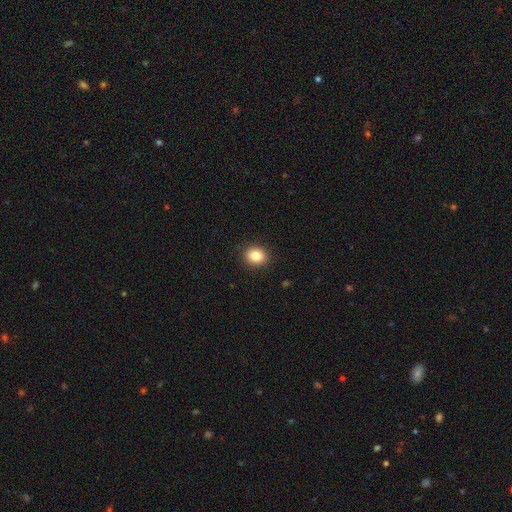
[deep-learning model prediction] Smooth or featured? smooth (84%)
How rounded? round (65%)
Merging? none (90%)